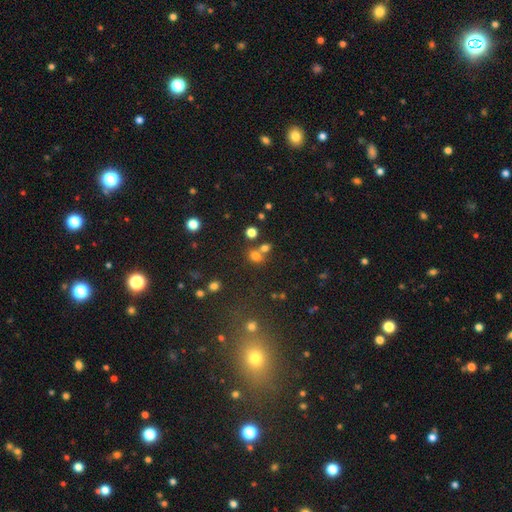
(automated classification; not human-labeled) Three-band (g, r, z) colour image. It shows a smooth galaxy with no disk features (71%) that is round (58%). Merging: none (51%).